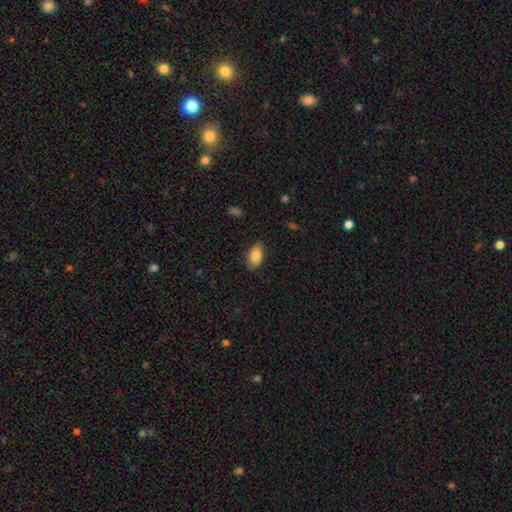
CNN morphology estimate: The model was most divided on "merging": none: 81%, minor disturbance: 15%, major disturbance: 3%, merger: 1%. More confident: how rounded — in between (92%); smooth or featured — smooth (86%).